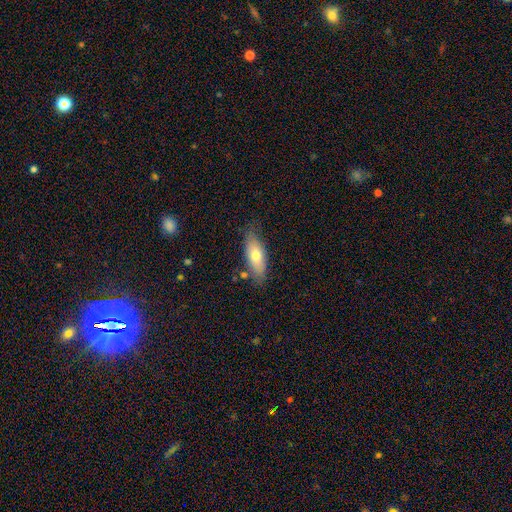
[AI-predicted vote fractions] A smooth galaxy with no disk features (68%) that is in between round and cigar-shaped (74%).

Vote fractions:
- Smooth or featured? smooth: 68% / featured or disk: 25% / star or artifact: 7%
- How rounded? in between: 74% / cigar-shaped: 23% / round: 3%
- Merging? none: 75% / minor disturbance: 18% / major disturbance: 4% / merger: 3%